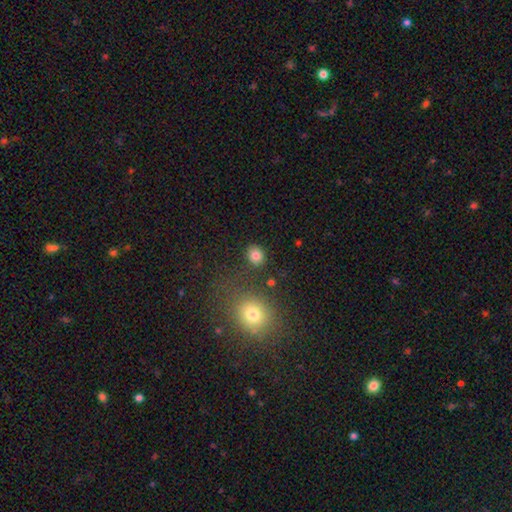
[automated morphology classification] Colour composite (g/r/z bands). It shows a smooth galaxy with no disk features (82%) that is round (73%). Merging: none (84%).